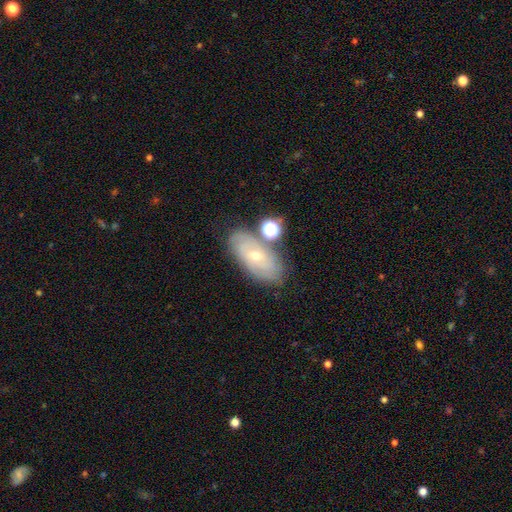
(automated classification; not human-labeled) Overall: featured or disk (56%; smooth 33%). Edge-on disk: no (90%). Bar: no (74%). Spiral arms: yes (69%; no 31%). Bulge size: small (66%; moderate 30%). Merging: none (69%).